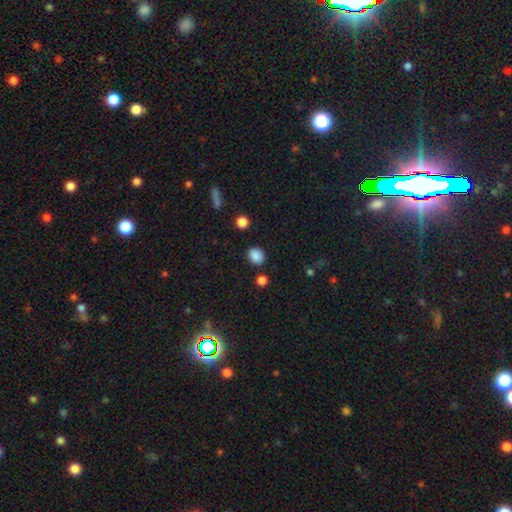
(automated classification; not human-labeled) smooth_or_featured: smooth (p=0.85) [alt: star or artifact p=0.11]
how_rounded: round (p=0.50) [alt: in between p=0.49]
merging: none (p=0.82) [alt: minor disturbance p=0.11]